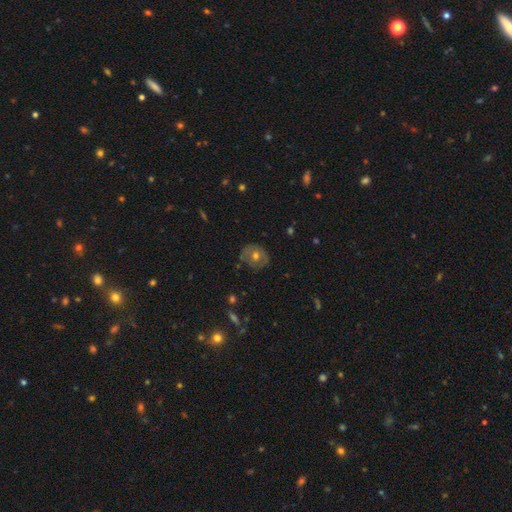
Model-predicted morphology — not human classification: smooth-or-featured: featured or disk: 46% | smooth: 45% | star or artifact: 10%
  merging: none: 72% | minor disturbance: 20% | major disturbance: 6% | merger: 2%